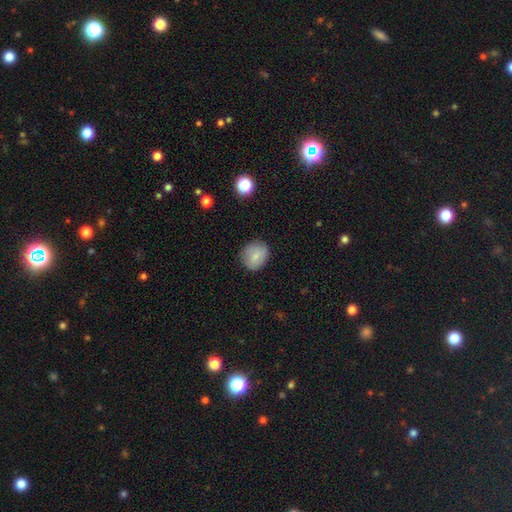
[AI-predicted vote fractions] Morphology: type=smooth (80%); roundness=round (71%); merging=none (80%).